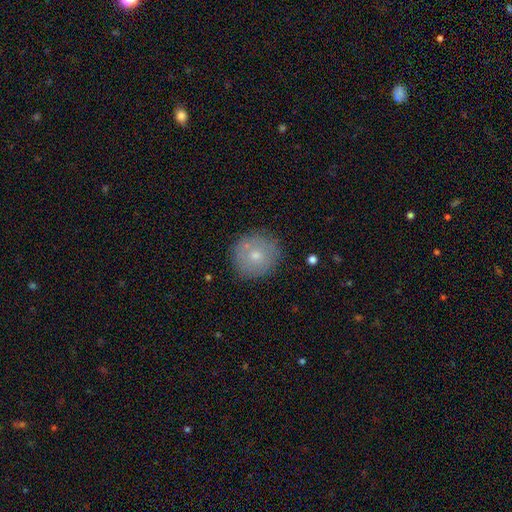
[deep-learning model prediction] This is likely a smooth galaxy (68%). How rounded: clearly round (93%). Merging: clearly none (83%).